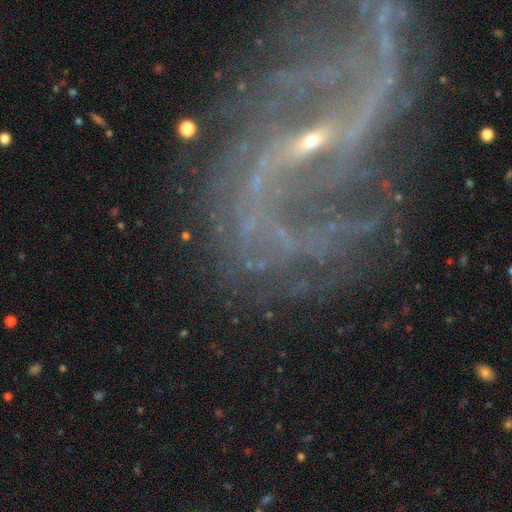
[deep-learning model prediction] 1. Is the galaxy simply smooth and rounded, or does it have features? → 84% featured or disk, 11% star or artifact, 6% smooth.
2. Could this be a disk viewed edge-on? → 97% no, 3% yes.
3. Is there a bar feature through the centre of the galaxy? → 41% strong, 36% weak, 22% no.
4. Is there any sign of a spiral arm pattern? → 89% yes, 11% no.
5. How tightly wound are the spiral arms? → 39% medium, 36% loose, 25% tight.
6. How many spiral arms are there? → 48% 2, 20% can't tell, 10% 3, 8% 1, 7% 4, 7% more than 4.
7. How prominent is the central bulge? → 77% small, 12% moderate, 8% none, 2% large, 1% dominant.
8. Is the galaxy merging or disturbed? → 57% none, 22% major disturbance, 17% minor disturbance, 4% merger.